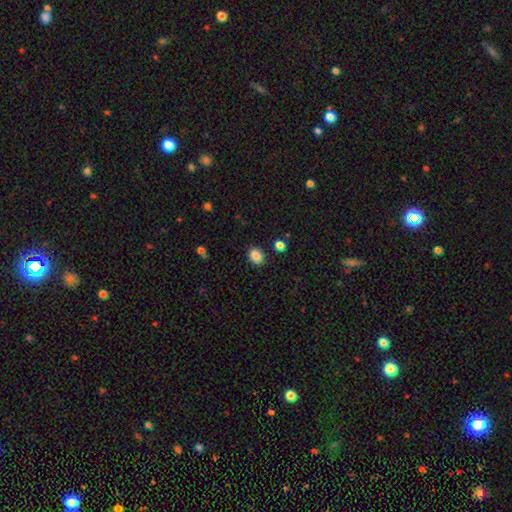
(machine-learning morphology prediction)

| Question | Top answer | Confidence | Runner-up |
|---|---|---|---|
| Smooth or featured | smooth | 87% | star or artifact (9%) |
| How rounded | in between | 55% | round (44%) |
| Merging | none | 87% | minor disturbance (8%) |